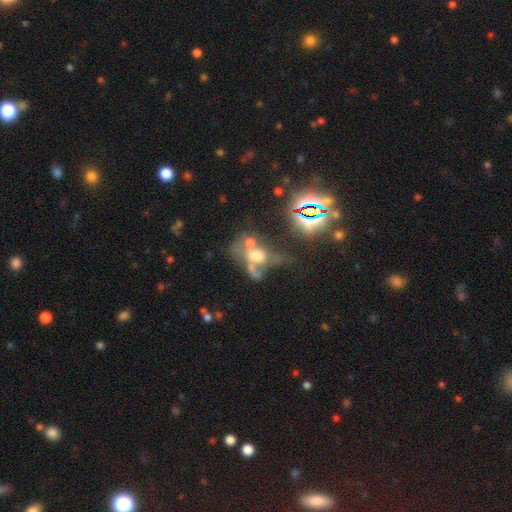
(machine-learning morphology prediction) This appears to be a featured or disk galaxy (40%). Merging: merger (53%).